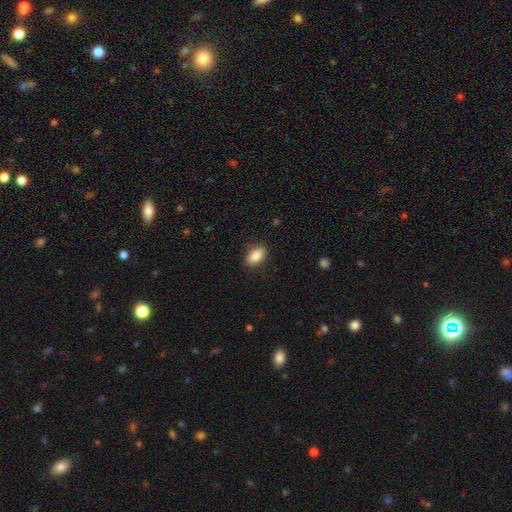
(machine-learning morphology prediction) smooth-or-featured: smooth: 85% | featured or disk: 7% | star or artifact: 7%
  how-rounded: in between: 88% | round: 7% | cigar-shaped: 4%
  merging: none: 86% | minor disturbance: 11% | major disturbance: 3% | merger: 1%